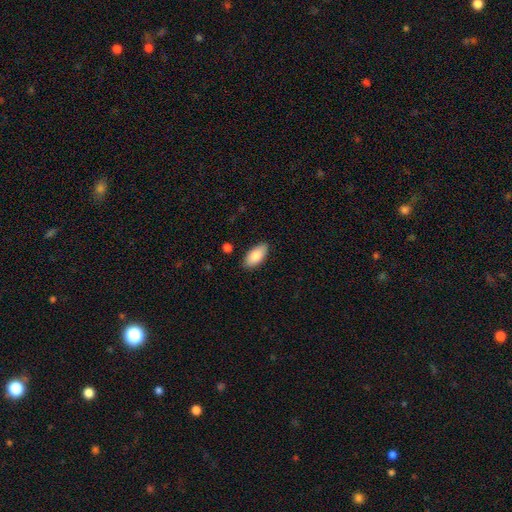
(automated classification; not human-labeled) A smooth galaxy with no disk features (87%) that is in between round and cigar-shaped (93%).

Vote fractions:
- Smooth or featured? smooth: 87% / featured or disk: 7% / star or artifact: 6%
- How rounded? in between: 93% / cigar-shaped: 5% / round: 2%
- Merging? none: 86% / minor disturbance: 11% / major disturbance: 2% / merger: 1%